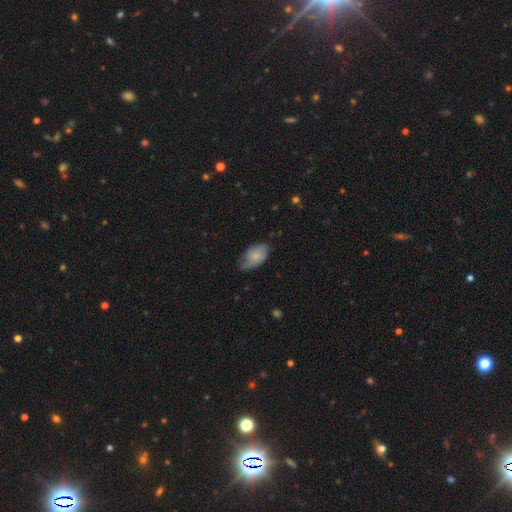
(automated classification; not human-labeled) This appears to be a smooth galaxy with no disk features (68%) that is in between round and cigar-shaped (93%). Merging: none (49%).